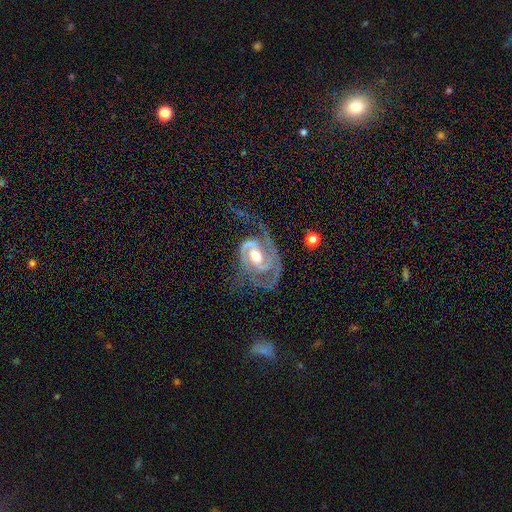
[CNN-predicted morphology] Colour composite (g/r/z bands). It shows a featured or disk galaxy (92%) with no bar (42%), 2 (70%) medium (44%) spiral arms (97%) and a moderate central bulge (70%). Merging: none (49%).